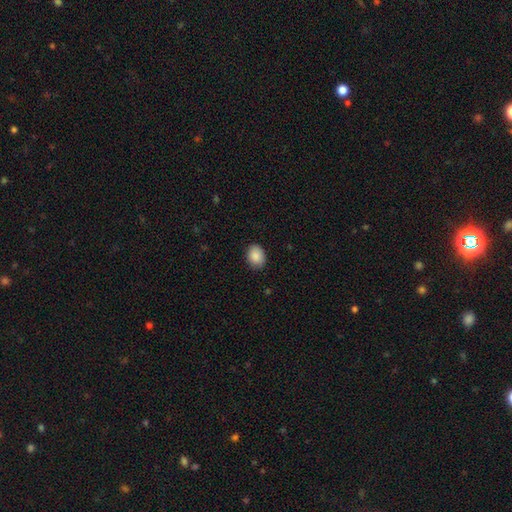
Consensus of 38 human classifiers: Morphology: type=smooth (87%); roundness=in between (64%); merging=none (89%).